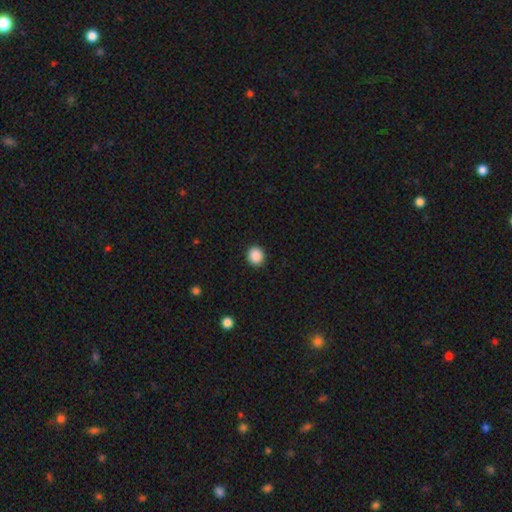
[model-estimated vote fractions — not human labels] Smooth or featured: smooth — 89% (star or artifact — 9%)
How rounded: round — 85% (in between — 14%)
Merging: none — 92% (minor disturbance — 5%)